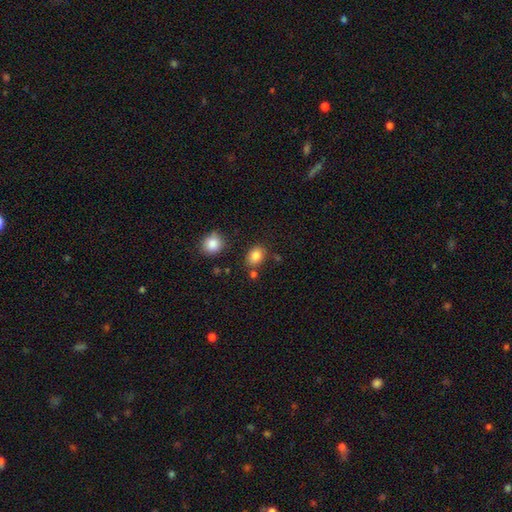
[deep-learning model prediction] This appears to be a smooth galaxy with no disk features (84%) that is in between round and cigar-shaped (71%). Merging: none (77%).